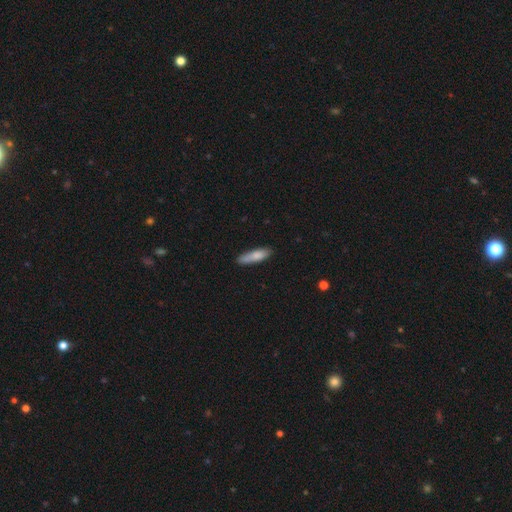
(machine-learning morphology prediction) Smooth or featured? smooth (80%)
How rounded? cigar-shaped (68%)
Merging? none (79%)